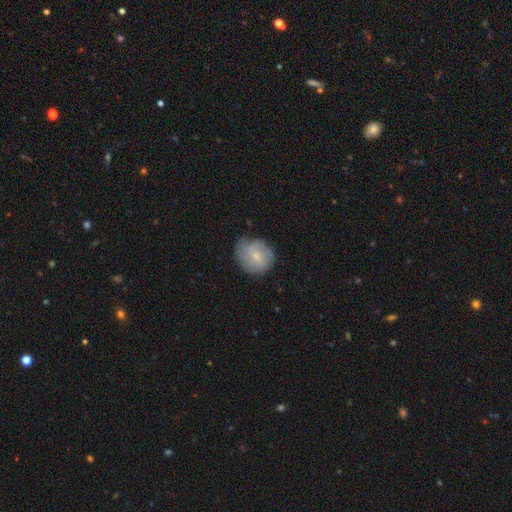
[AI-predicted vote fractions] smooth 46% (tied), featured or disk 46% (tied), star or artifact 8%. Down the decision tree: merging — none (72%).